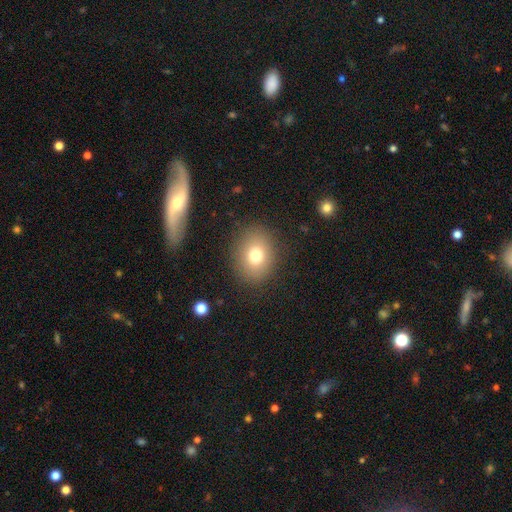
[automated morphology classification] Smooth or featured: smooth — 76% (star or artifact — 12%)
How rounded: round — 56% (in between — 43%)
Merging: none — 86% (minor disturbance — 9%)